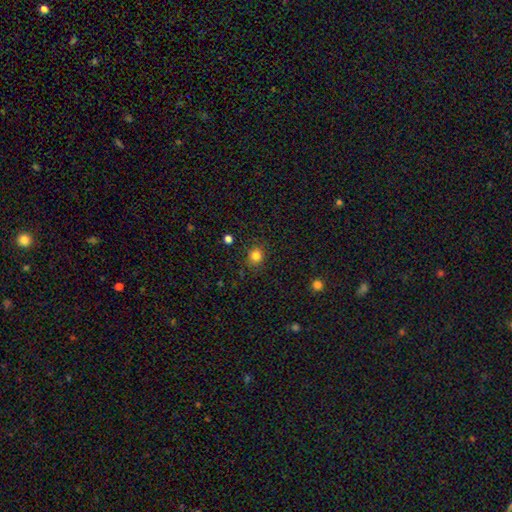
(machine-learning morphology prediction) smooth_or_featured: smooth (p=0.83) [alt: star or artifact p=0.12]
how_rounded: round (p=0.84) [alt: in between p=0.15]
merging: none (p=0.85) [alt: minor disturbance p=0.10]